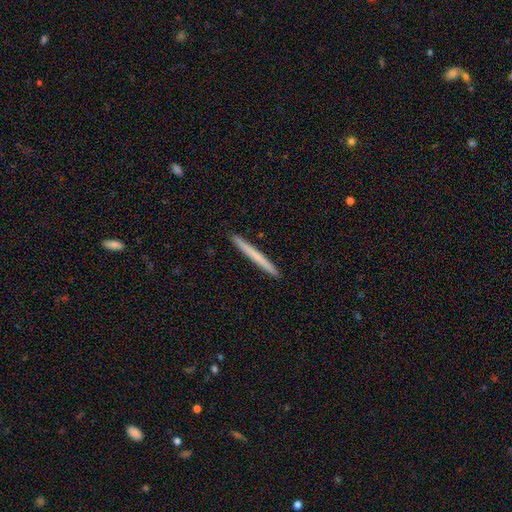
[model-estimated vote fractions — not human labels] Q: Smooth or featured?
A: smooth (63%); runner-up: featured or disk (32%)
Q: How rounded?
A: cigar-shaped (98%); runner-up: in between (1%)
Q: Merging?
A: none (94%); runner-up: minor disturbance (4%)